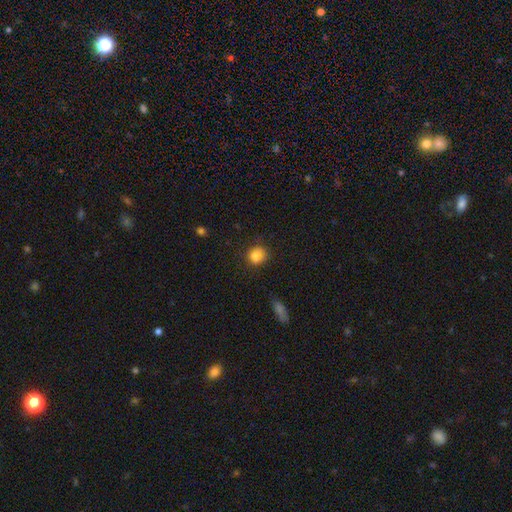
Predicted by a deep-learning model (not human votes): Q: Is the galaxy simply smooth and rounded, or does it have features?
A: smooth — 84%.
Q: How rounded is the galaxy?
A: round — 78%.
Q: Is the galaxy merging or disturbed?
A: none — 76%.